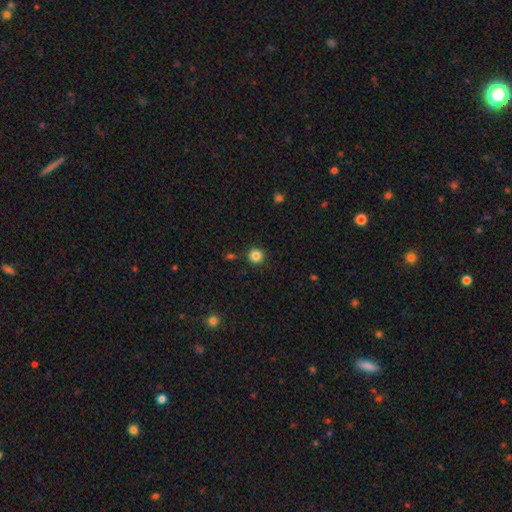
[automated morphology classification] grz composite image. It shows a smooth galaxy with no disk features (84%) that is round (95%). Merging: none (90%).